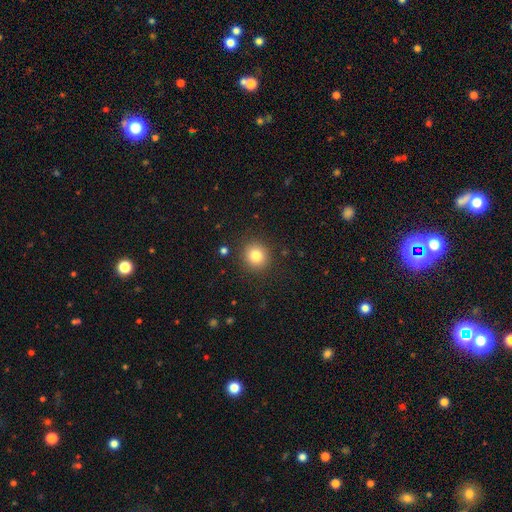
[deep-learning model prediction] Morphology: type=smooth (81%); roundness=round (90%); merging=none (89%).